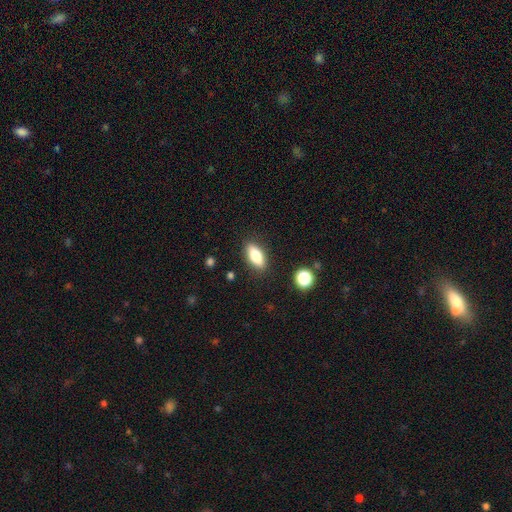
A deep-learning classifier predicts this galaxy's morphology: smooth-or-featured: smooth: 79% | featured or disk: 14% | star or artifact: 8%
  how-rounded: in between: 82% | cigar-shaped: 14% | round: 4%
  merging: none: 87% | minor disturbance: 9% | major disturbance: 2% | merger: 2%